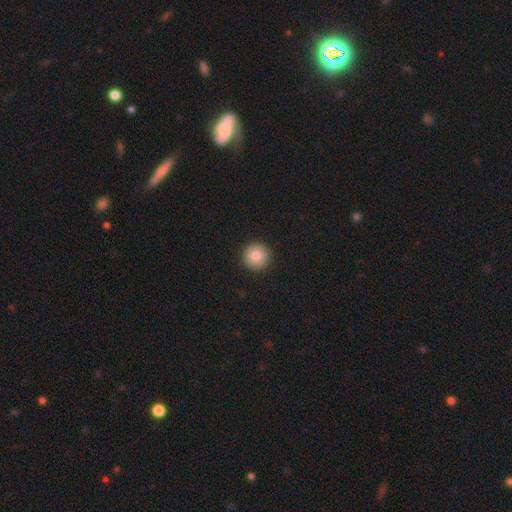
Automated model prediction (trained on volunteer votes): Smooth or featured?
  - smooth: 84% *
  - star or artifact: 9%
  - featured or disk: 7%
How rounded?
  - round: 96% *
  - in between: 3%
  - cigar-shaped: 1%
Merging?
  - none: 93% *
  - minor disturbance: 4%
  - major disturbance: 1%
  - merger: 1%